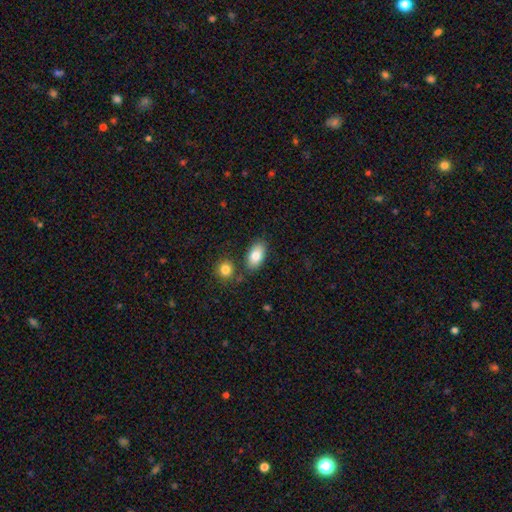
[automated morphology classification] A smooth galaxy with no disk features (83%) that is in between round and cigar-shaped (92%). Merging: none (78%).